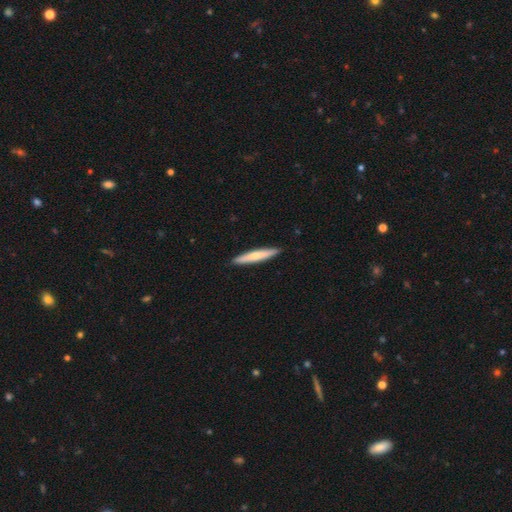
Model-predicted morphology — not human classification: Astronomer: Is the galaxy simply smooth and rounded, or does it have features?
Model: smooth — 65%.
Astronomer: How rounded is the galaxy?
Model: cigar-shaped — 94%.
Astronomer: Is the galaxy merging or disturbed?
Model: none — 91%.